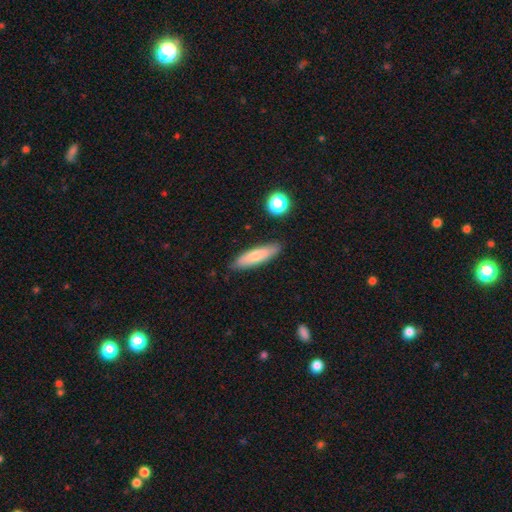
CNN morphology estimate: This appears to be a smooth galaxy with no disk features (75%) that is cigar-shaped (71%). Merging: none (86%).